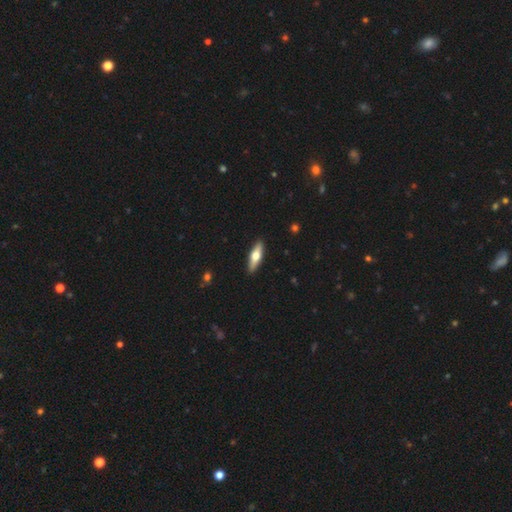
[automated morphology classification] type=smooth (49%); merging=none (91%).